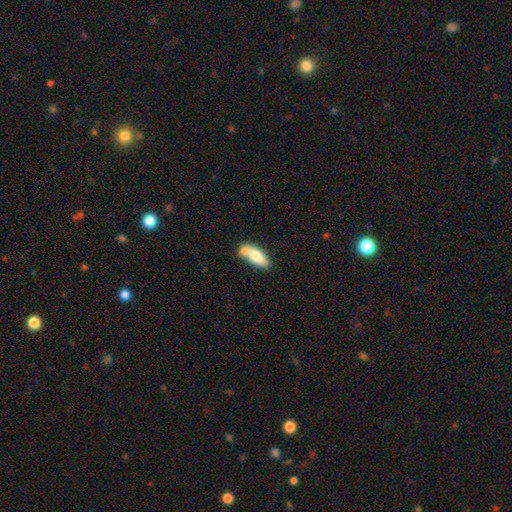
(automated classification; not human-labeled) Smooth or featured? Predicted: smooth (p=0.73). How rounded? Predicted: in between (p=0.78). Merging? Predicted: none (p=0.43).